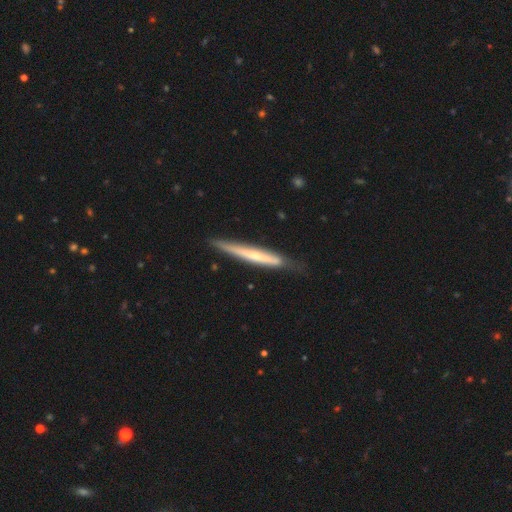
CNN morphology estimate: This appears to be a featured or disk galaxy (50%) viewed edge-on (94%). Merging: none (75%).